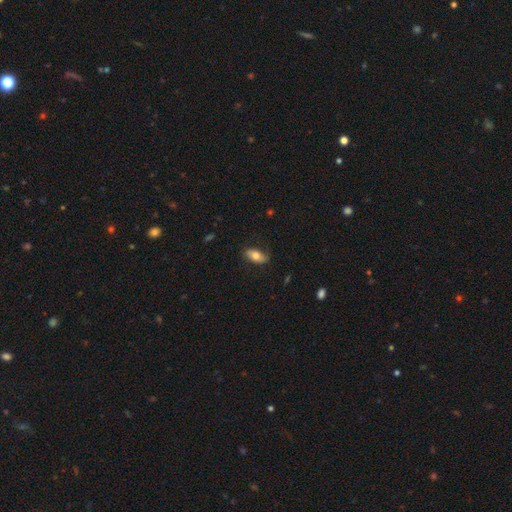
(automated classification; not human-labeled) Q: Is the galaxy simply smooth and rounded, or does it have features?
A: smooth — 70%.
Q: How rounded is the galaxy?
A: in between — 86%.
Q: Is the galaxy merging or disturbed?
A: none — 79%.